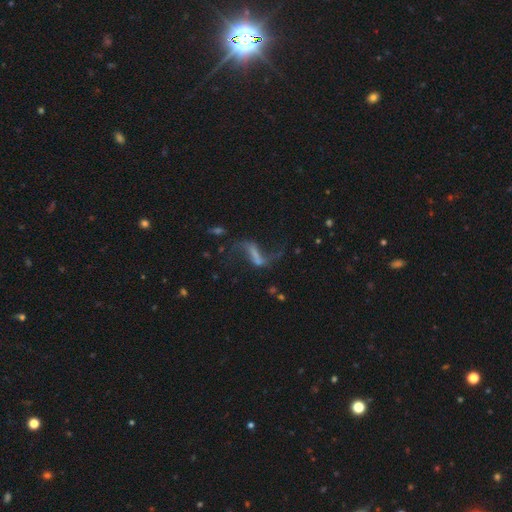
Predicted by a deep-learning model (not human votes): Smooth or featured: featured or disk — 74% (smooth — 15%)
Edge-on disk: no — 92% (yes — 8%)
Bar: strong — 55% (weak — 27%)
Spiral arms: yes — 85% (no — 15%)
Spiral winding: loose — 92% (medium — 6%)
Spiral arm count: 2 — 89% (1 — 6%)
Bulge size: none — 63% (small — 20%)
Merging: none — 55% (major disturbance — 23%)